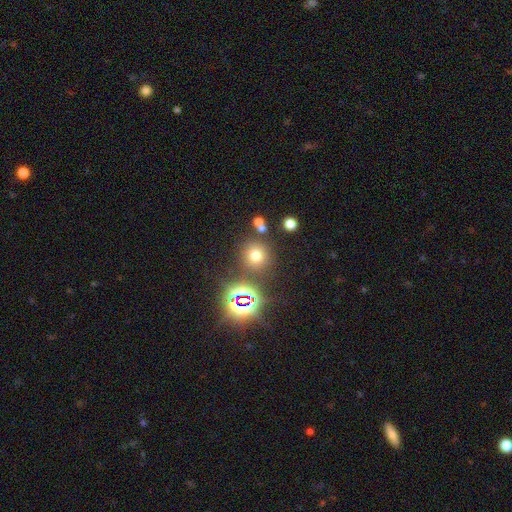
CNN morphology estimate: smooth 63%, star or artifact 28%, featured or disk 9%. Down the decision tree: how rounded — round (91%); merging — none (79%).